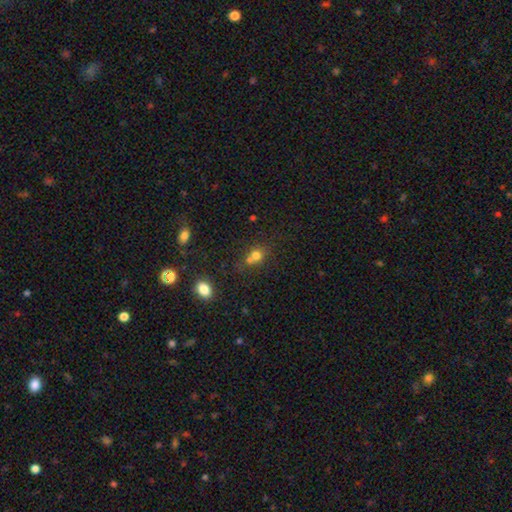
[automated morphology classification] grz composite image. It shows a smooth galaxy with no disk features (72%) that is round (72%). Merging: merger (45%).